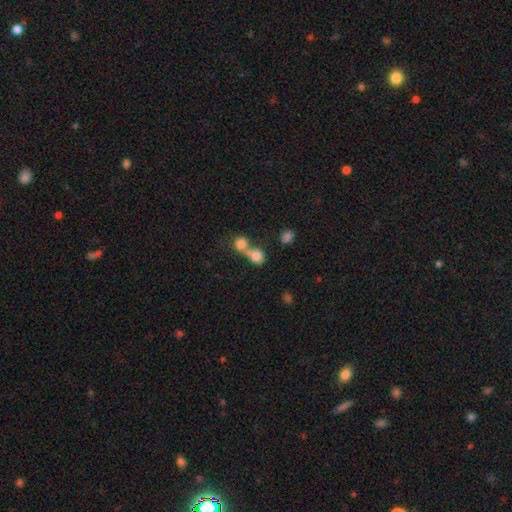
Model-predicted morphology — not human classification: smooth_or_featured: smooth (p=0.78) [alt: featured or disk p=0.12]
how_rounded: round (p=0.63) [alt: in between p=0.35]
merging: merger (p=0.66) [alt: none p=0.24]